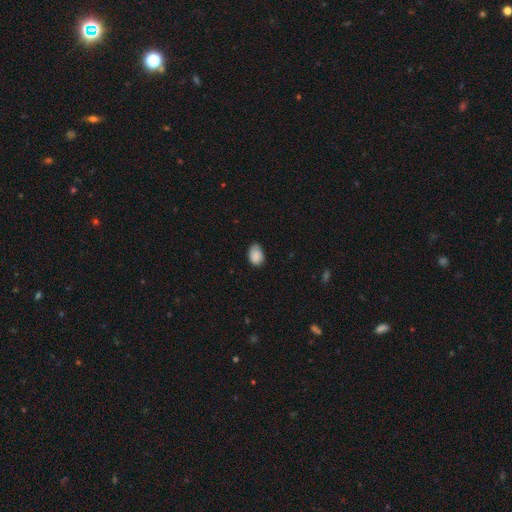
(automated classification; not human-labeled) Morphology: type=smooth (86%); roundness=in between (80%); merging=none (69%).